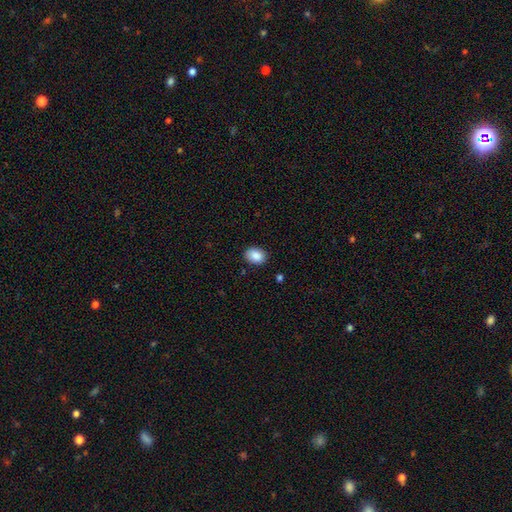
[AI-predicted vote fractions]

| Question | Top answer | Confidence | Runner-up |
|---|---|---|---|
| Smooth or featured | smooth | 88% | star or artifact (8%) |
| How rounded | in between | 68% | round (31%) |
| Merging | none | 87% | minor disturbance (9%) |